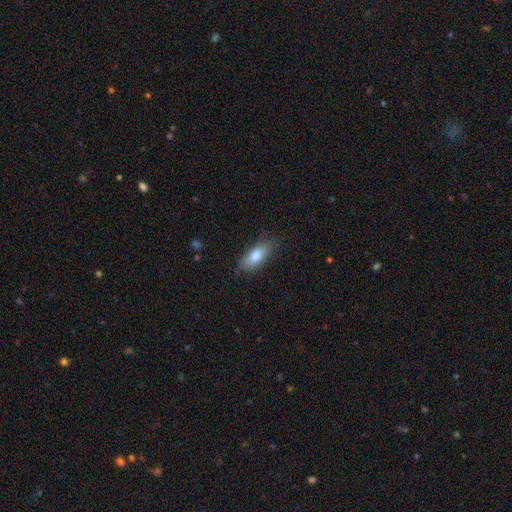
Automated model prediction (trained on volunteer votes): Morphology: type=smooth (78%); roundness=in between (77%); merging=none (79%).